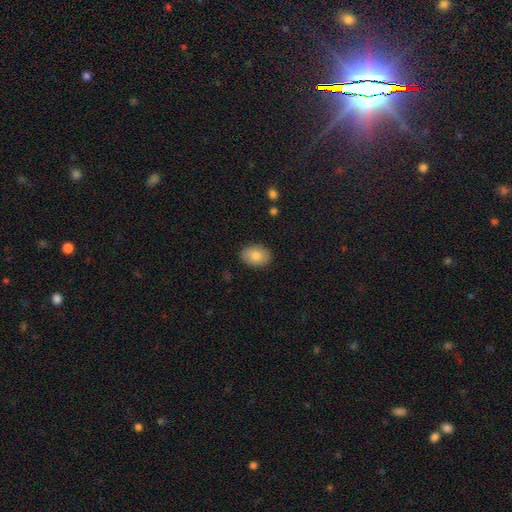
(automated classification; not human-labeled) The model was most divided on "how rounded": in between: 76%, round: 23%, cigar-shaped: 1%. More confident: merging — none (89%); smooth or featured — smooth (83%).